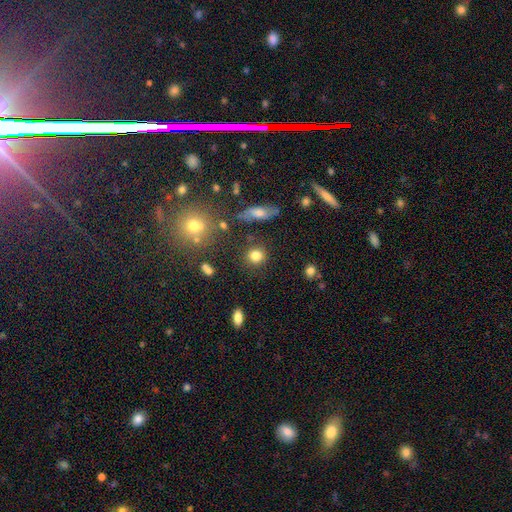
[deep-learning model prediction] Smooth or featured? smooth (81%)
How rounded? round (87%)
Merging? none (84%)